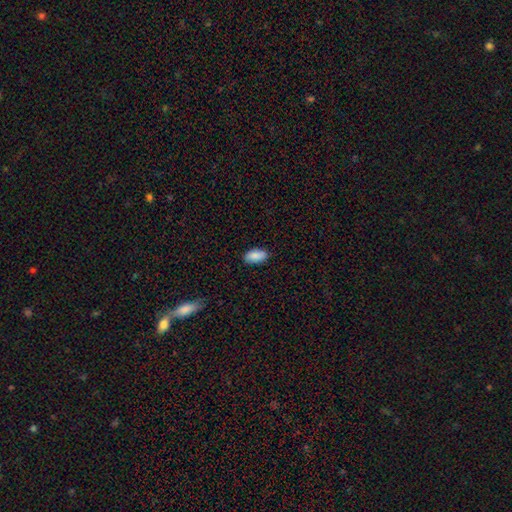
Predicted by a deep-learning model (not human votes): A smooth galaxy with no disk features (87%) that is in between round and cigar-shaped (93%).

Vote fractions:
- Smooth or featured? smooth: 87% / star or artifact: 7% / featured or disk: 6%
- How rounded? in between: 93% / cigar-shaped: 5% / round: 3%
- Merging? none: 87% / minor disturbance: 10% / major disturbance: 2% / merger: 1%